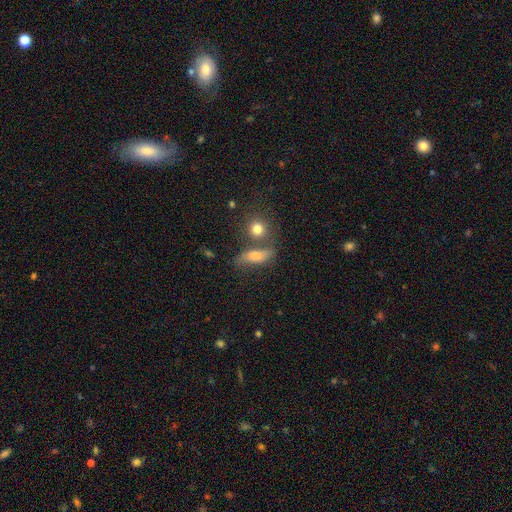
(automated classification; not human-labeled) Q: Smooth or featured?
A: smooth (69%); runner-up: featured or disk (20%)
Q: How rounded?
A: in between (58%); runner-up: cigar-shaped (29%)
Q: Merging?
A: none (49%); runner-up: merger (20%)